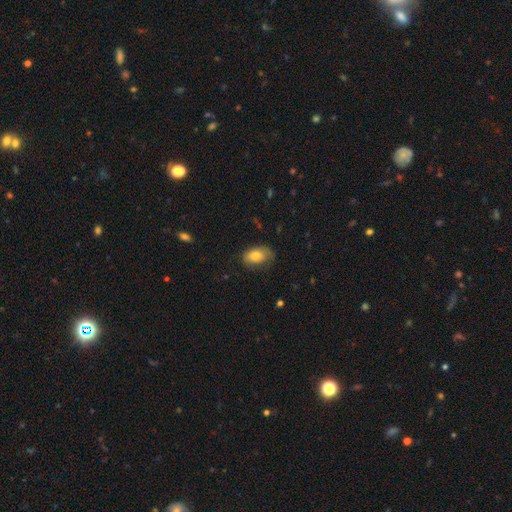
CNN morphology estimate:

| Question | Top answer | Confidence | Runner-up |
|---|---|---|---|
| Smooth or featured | smooth | 75% | featured or disk (17%) |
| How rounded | in between | 88% | round (10%) |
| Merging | none | 66% | minor disturbance (26%) |